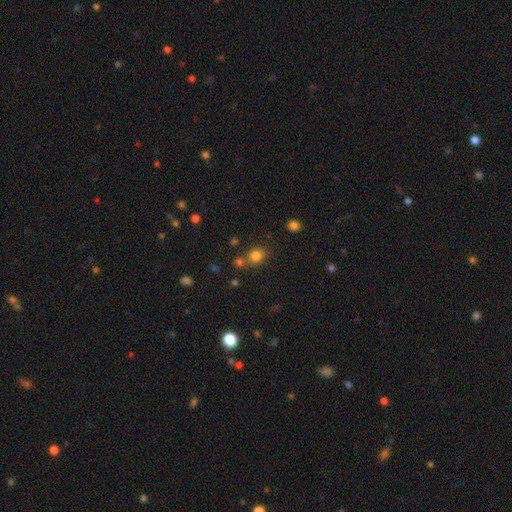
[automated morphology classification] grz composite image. It shows a smooth galaxy with no disk features (79%) that is round (76%). Merging: none (66%).